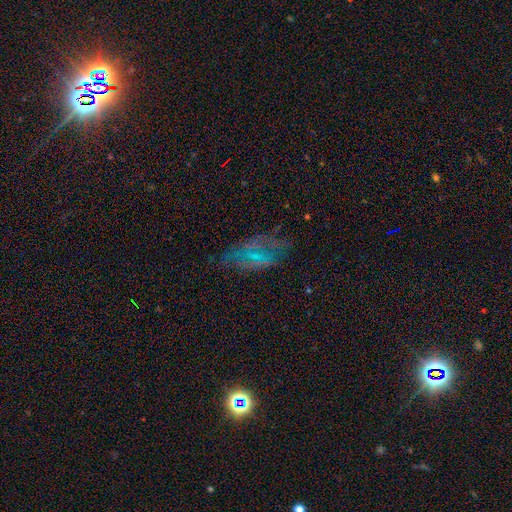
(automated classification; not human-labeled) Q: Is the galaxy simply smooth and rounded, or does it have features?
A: featured or disk — 36%.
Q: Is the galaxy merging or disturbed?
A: none — 58%.